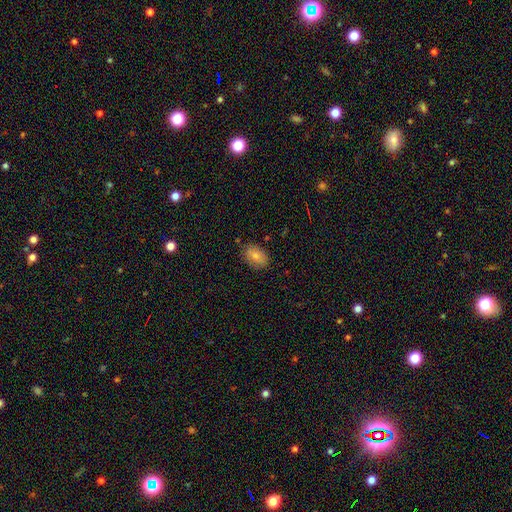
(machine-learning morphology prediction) Smooth or featured: smooth — 79% (featured or disk — 13%)
How rounded: in between — 86% (round — 13%)
Merging: none — 82% (minor disturbance — 13%)